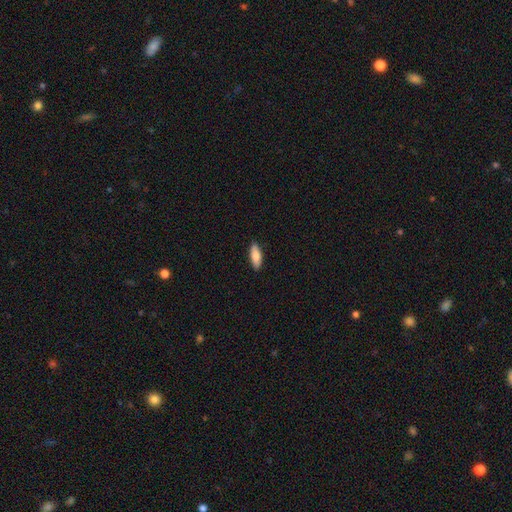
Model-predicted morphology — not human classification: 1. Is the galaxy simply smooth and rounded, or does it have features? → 80% smooth, 14% featured or disk, 6% star or artifact.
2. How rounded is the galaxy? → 66% in between, 32% cigar-shaped, 2% round.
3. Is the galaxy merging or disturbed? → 89% none, 8% minor disturbance, 2% major disturbance, 1% merger.